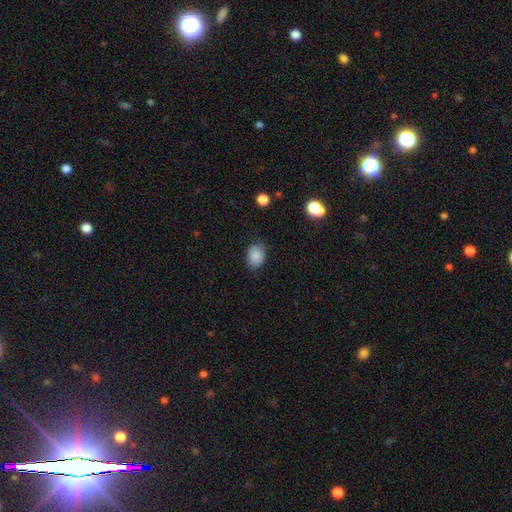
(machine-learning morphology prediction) Q: Smooth or featured?
A: smooth (87%); runner-up: star or artifact (9%)
Q: How rounded?
A: in between (62%); runner-up: round (38%)
Q: Merging?
A: none (77%); runner-up: minor disturbance (18%)